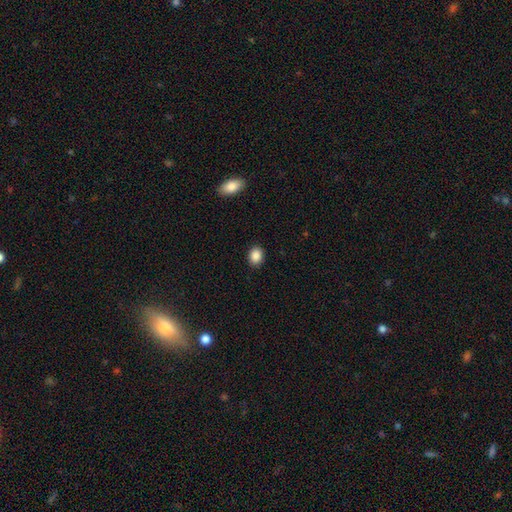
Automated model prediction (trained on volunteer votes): This is clearly a smooth galaxy (88%). How rounded: possibly in between (54%). Merging: clearly none (90%).